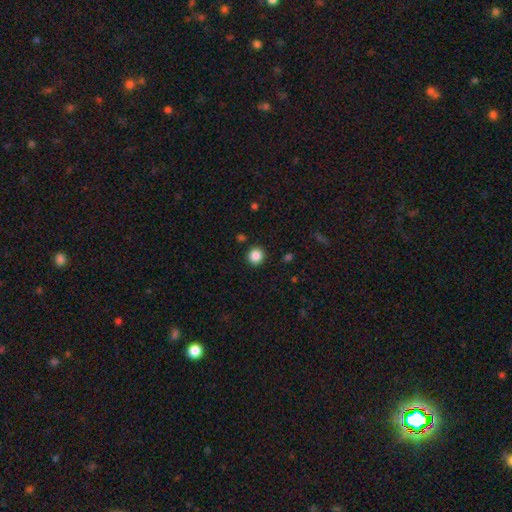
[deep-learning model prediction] smooth_or_featured: smooth (p=0.86) [alt: star or artifact p=0.11]
how_rounded: round (p=0.93) [alt: in between p=0.06]
merging: none (p=0.91) [alt: minor disturbance p=0.05]